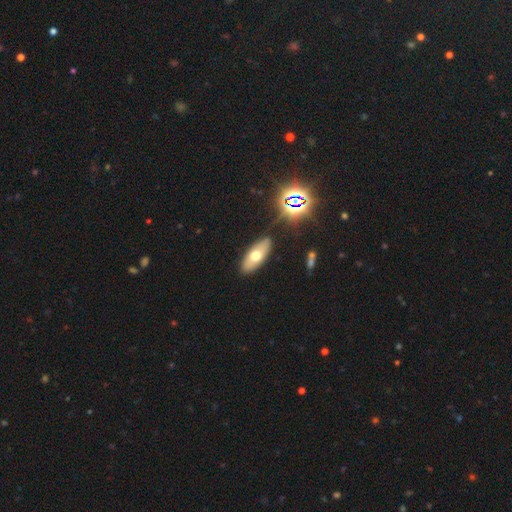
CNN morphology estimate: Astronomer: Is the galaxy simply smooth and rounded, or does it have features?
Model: smooth — 59%.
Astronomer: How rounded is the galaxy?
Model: in between — 81%.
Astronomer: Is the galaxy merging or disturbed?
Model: none — 85%.